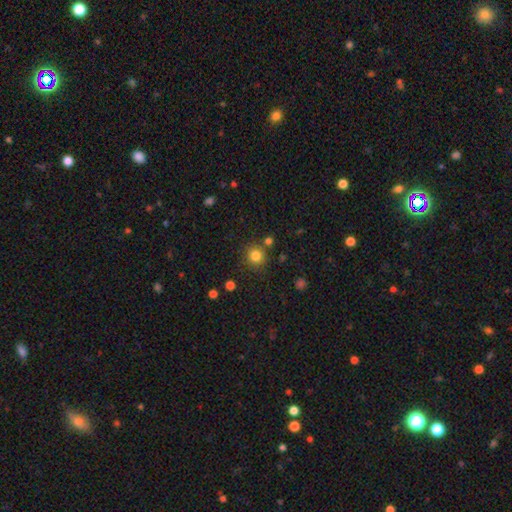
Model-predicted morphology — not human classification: A smooth galaxy with no disk features (82%) that is round (91%).

Vote fractions:
- Smooth or featured? smooth: 82% / star or artifact: 13% / featured or disk: 6%
- How rounded? round: 91% / in between: 8% / cigar-shaped: 1%
- Merging? none: 80% / minor disturbance: 9% / merger: 8% / major disturbance: 3%